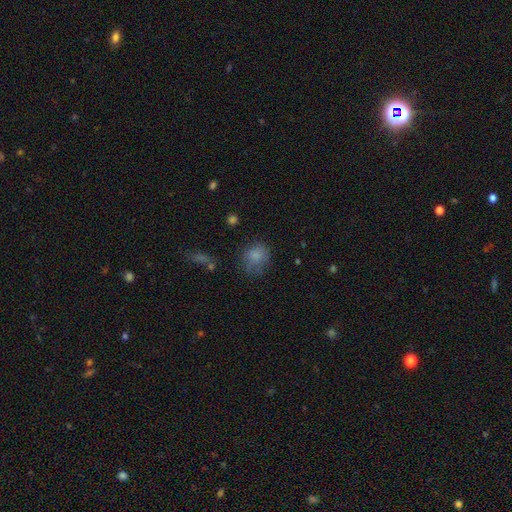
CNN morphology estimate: Smooth or featured?
  - smooth: 79% *
  - star or artifact: 11%
  - featured or disk: 10%
How rounded?
  - round: 73% *
  - in between: 26%
  - cigar-shaped: 1%
Merging?
  - none: 62% *
  - minor disturbance: 23%
  - major disturbance: 11%
  - merger: 4%